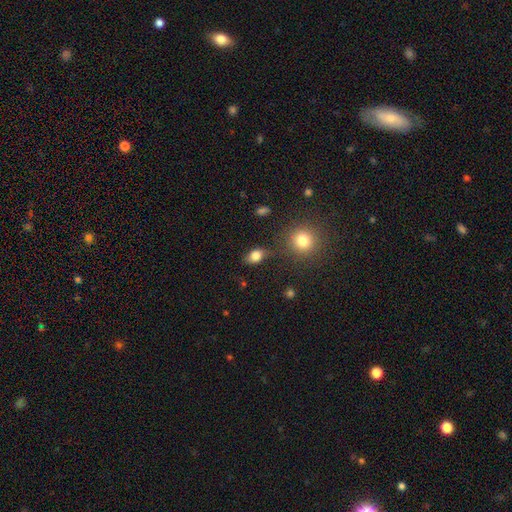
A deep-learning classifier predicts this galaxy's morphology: A smooth galaxy with no disk features (79%) that is in between round and cigar-shaped (74%). Merging: none (68%).